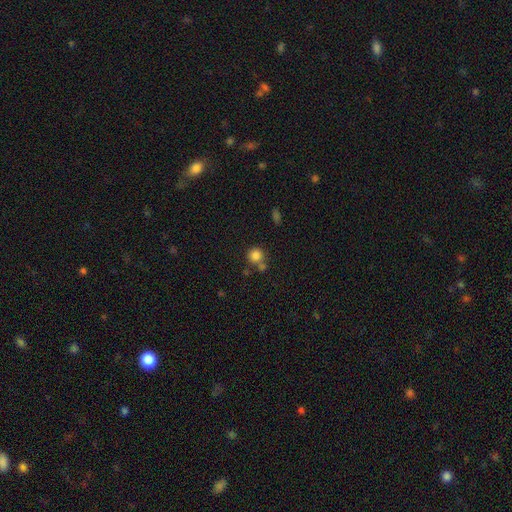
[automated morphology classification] Smooth or featured? smooth (82%)
How rounded? round (92%)
Merging? none (62%)